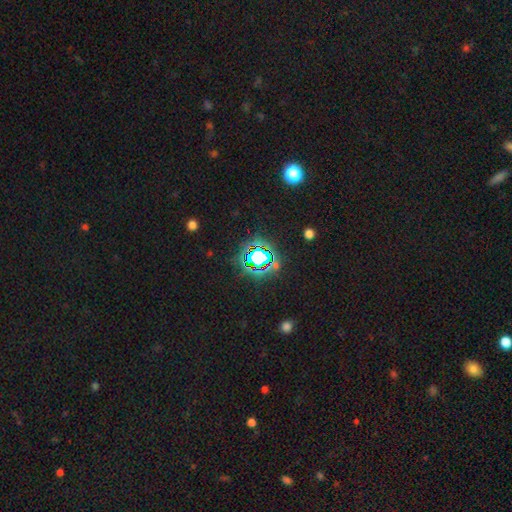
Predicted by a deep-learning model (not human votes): The model was most divided on "smooth or featured": star or artifact: 70%, smooth: 19%, featured or disk: 11%.